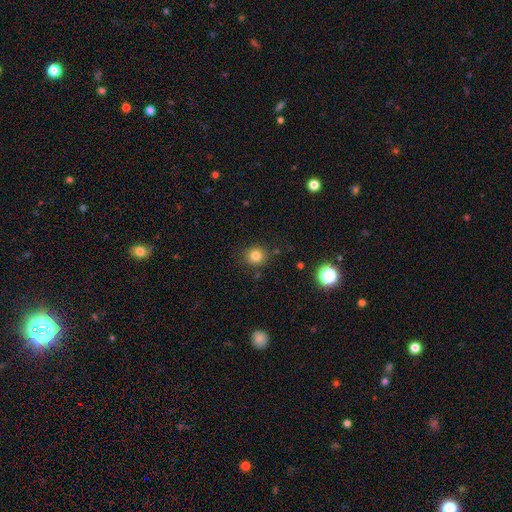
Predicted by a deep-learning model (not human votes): Overall: smooth (81%). How rounded: round (89%). Merging: none (86%).